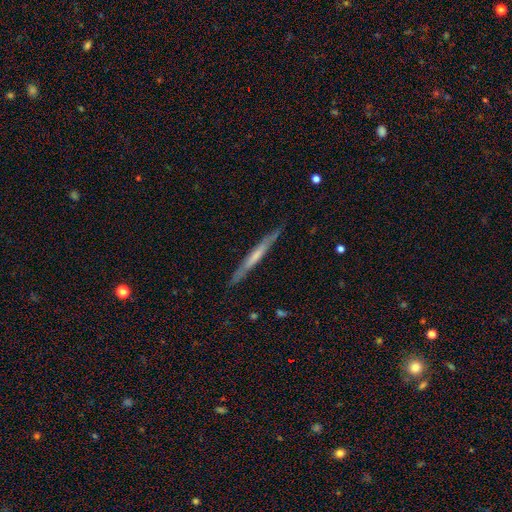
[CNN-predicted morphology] Smooth or featured?
  - featured or disk: 57% *
  - smooth: 37%
  - star or artifact: 6%
Edge-on disk?
  - yes: 95% *
  - no: 5%
Edge-on bulge?
  - none: 66% *
  - rounded: 22%
  - boxy: 13%
Merging?
  - none: 87% *
  - minor disturbance: 10%
  - major disturbance: 2%
  - merger: 1%